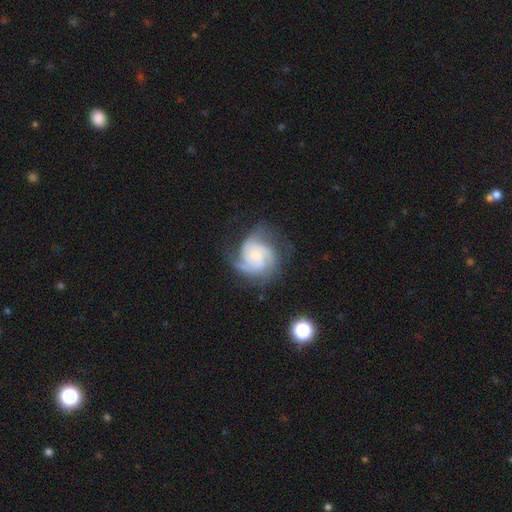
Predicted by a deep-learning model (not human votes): A featured or disk galaxy (85%) with no bar (69%), 3 (52%) tight (51%) spiral arms (97%) and a small central bulge (49%).

Vote fractions:
- Smooth or featured? featured or disk: 85% / smooth: 9% / star or artifact: 5%
- Edge-on disk? no: 98% / yes: 2%
- Bar? no: 69% / weak: 27% / strong: 4%
- Spiral arms? yes: 97% / no: 3%
- Spiral winding? tight: 51% / medium: 40% / loose: 9%
- Spiral arm count? 3: 52% / 2: 18% / can't tell: 12% / 4: 9% / 1: 5% / more than 4: 5%
- Bulge size? small: 49% / moderate: 31% / none: 12% / large: 6% / dominant: 2%
- Merging? none: 63% / minor disturbance: 21% / major disturbance: 14% / merger: 2%